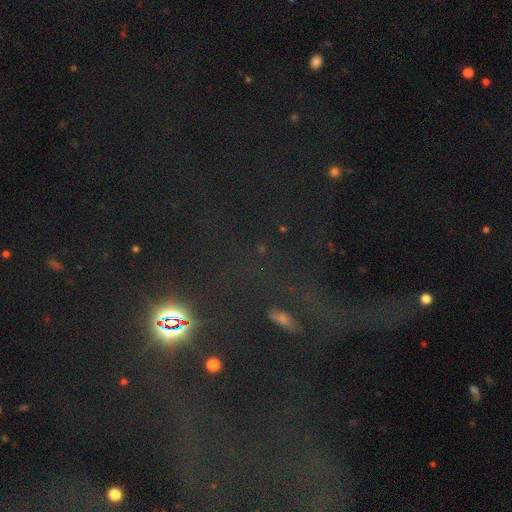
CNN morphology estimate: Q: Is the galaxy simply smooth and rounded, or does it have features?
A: star or artifact — 73%.